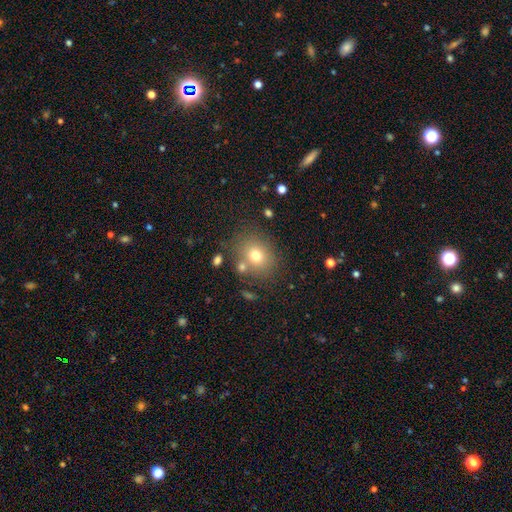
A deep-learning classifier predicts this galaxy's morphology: The model was most divided on "how rounded": round: 63%, in between: 36%, cigar-shaped: 1%. More confident: merging — none (74%); smooth or featured — smooth (72%).